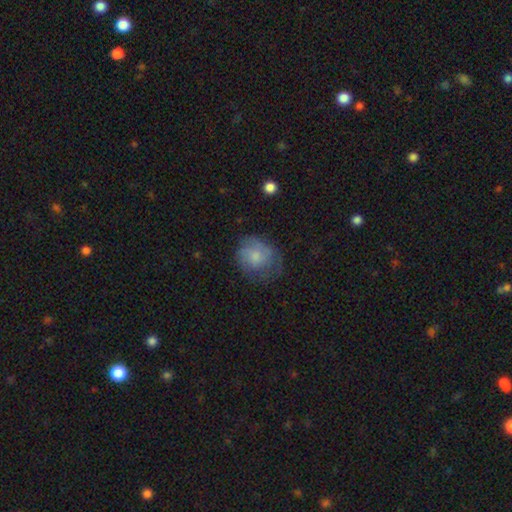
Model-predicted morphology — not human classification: A smooth galaxy with no disk features (64%) that is round (67%). Merging: none (47%).